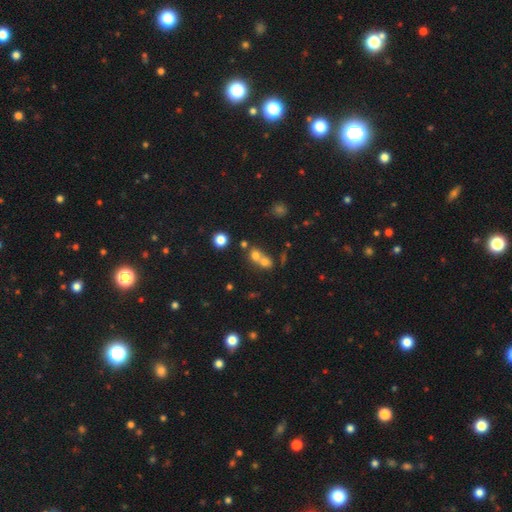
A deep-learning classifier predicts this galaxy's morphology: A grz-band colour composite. It shows a smooth galaxy with no disk features (67%) that is round (68%). Merging: merger (64%).